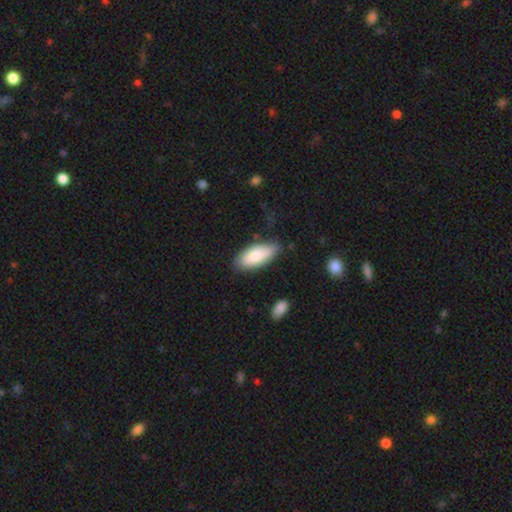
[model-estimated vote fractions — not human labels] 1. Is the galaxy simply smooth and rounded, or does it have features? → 80% smooth, 15% featured or disk, 6% star or artifact.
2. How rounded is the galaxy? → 86% in between, 12% cigar-shaped, 2% round.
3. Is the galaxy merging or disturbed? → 72% none, 21% minor disturbance, 4% major disturbance, 3% merger.